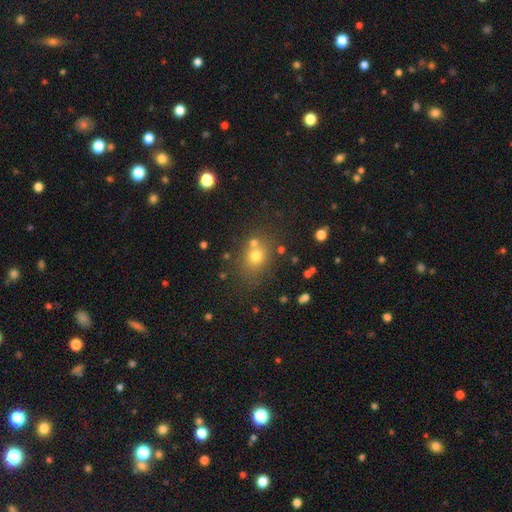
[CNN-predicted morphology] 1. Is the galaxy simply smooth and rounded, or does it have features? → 69% smooth, 19% star or artifact, 12% featured or disk.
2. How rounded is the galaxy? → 65% round, 34% in between, 1% cigar-shaped.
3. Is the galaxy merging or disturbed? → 66% none, 18% merger, 11% minor disturbance, 4% major disturbance.